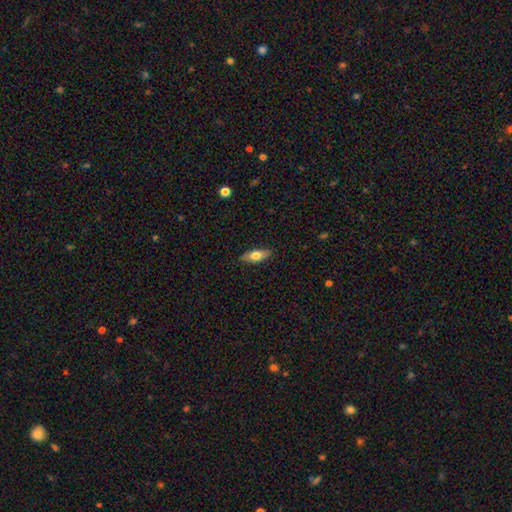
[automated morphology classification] smooth 67%, featured or disk 27%, star or artifact 6%. Down the decision tree: how rounded — in between (73%); merging — none (86%).